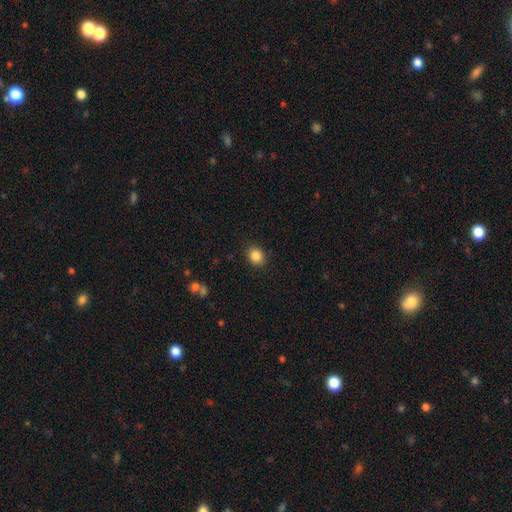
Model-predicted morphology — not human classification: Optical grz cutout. It shows a smooth galaxy with no disk features (86%) that is round (60%). Merging: none (88%).